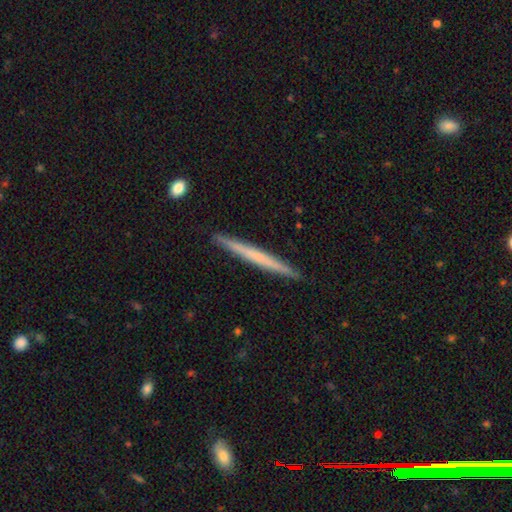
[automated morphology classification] featured or disk 48%, smooth 47%, star or artifact 5%. Down the decision tree: merging — none (92%).